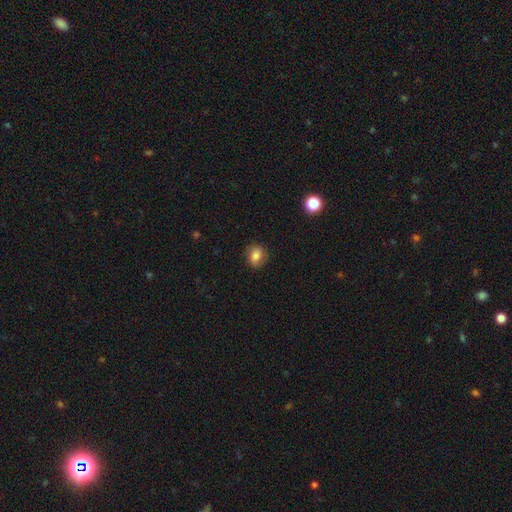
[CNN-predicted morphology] smooth-or-featured: smooth: 75% | featured or disk: 15% | star or artifact: 10%
  how-rounded: round: 62% | in between: 37% | cigar-shaped: 1%
  merging: none: 84% | minor disturbance: 12% | major disturbance: 3% | merger: 1%